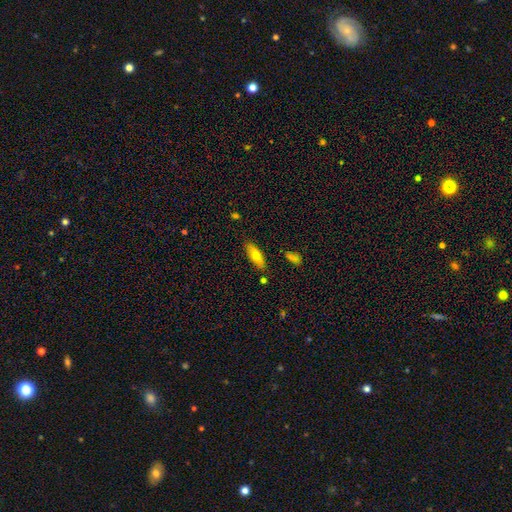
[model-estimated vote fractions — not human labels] Morphology: type=smooth (69%); roundness=in between (63%); merging=none (84%).